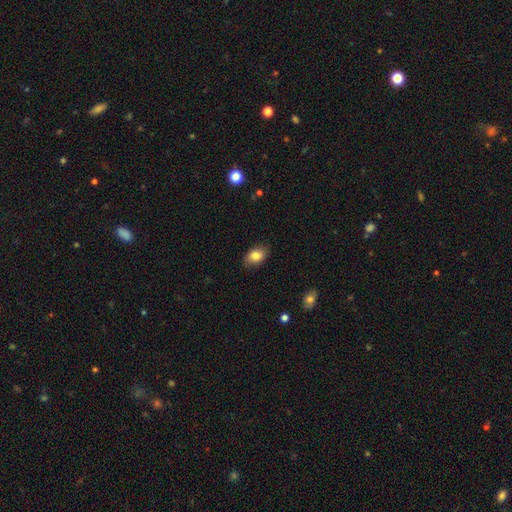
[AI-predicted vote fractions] Smooth or featured? Predicted: smooth (p=0.83). How rounded? Predicted: in between (p=0.83). Merging? Predicted: none (p=0.82).